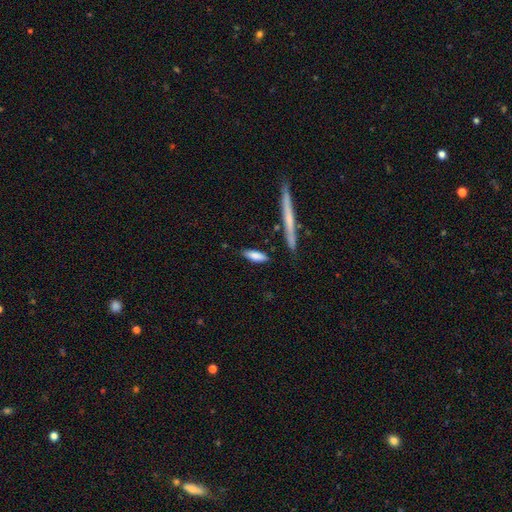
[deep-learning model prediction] This appears to be a smooth galaxy with no disk features (80%) that is cigar-shaped (53%). Merging: none (81%).